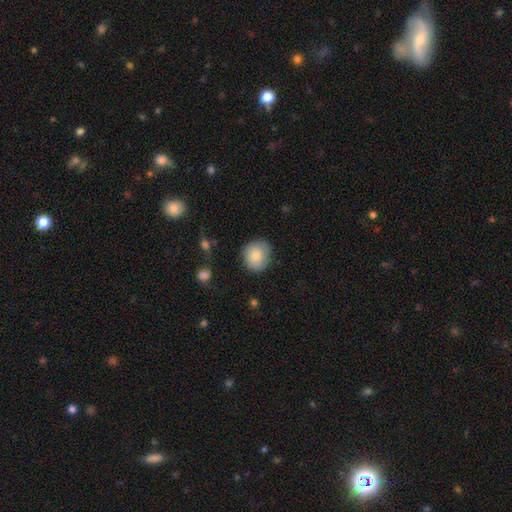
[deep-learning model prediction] smooth-or-featured: smooth: 82% | featured or disk: 11% | star or artifact: 7%
  how-rounded: round: 81% | in between: 18% | cigar-shaped: 1%
  merging: none: 76% | minor disturbance: 18% | major disturbance: 4% | merger: 2%